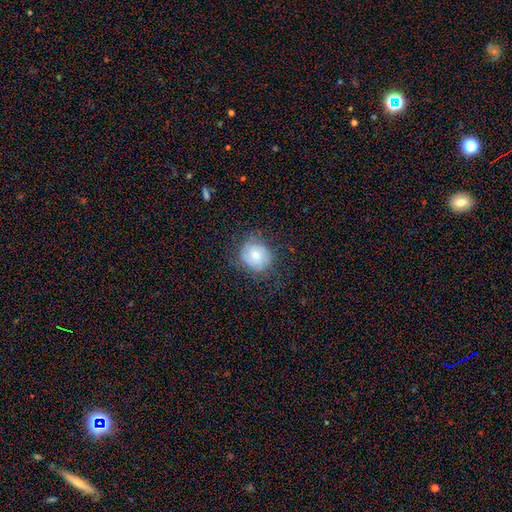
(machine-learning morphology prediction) Overall: featured or disk (47%; smooth 44%). Merging: none (65%).